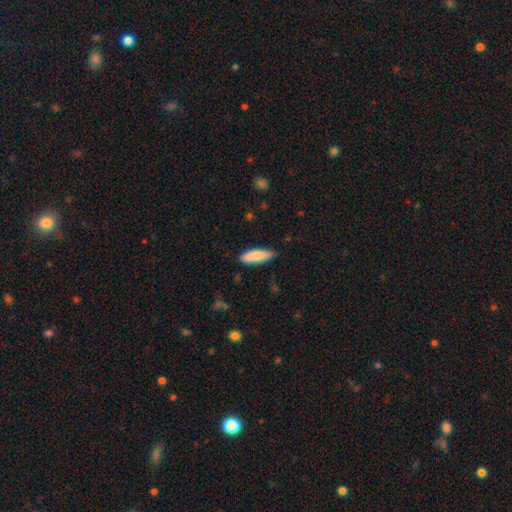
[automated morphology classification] smooth_or_featured: smooth (p=0.86) [alt: featured or disk p=0.09]
how_rounded: in between (p=0.54) [alt: cigar-shaped p=0.45]
merging: none (p=0.78) [alt: minor disturbance p=0.18]